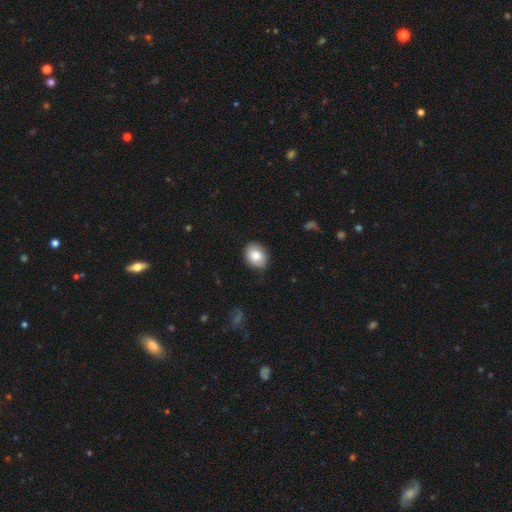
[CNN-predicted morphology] smooth 84%, featured or disk 9%, star or artifact 7%. Down the decision tree: how rounded — in between (58%); merging — none (85%).